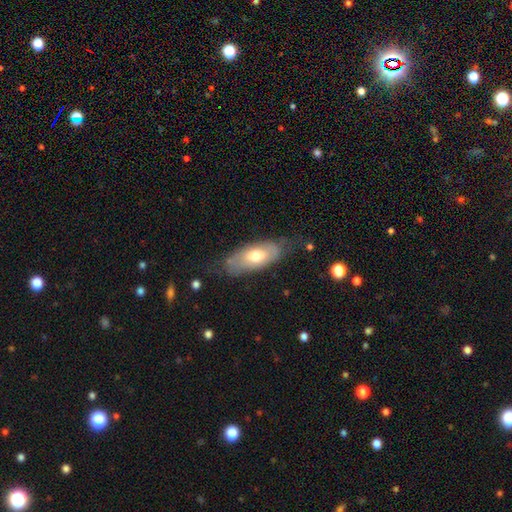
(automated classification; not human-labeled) Smooth or featured? Predicted: smooth (p=0.58). How rounded? Predicted: in between (p=0.84). Merging? Predicted: none (p=0.64).